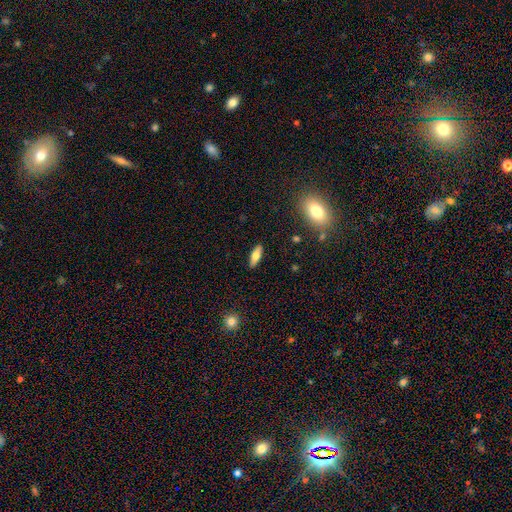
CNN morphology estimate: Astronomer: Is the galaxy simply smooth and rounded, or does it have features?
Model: smooth — 66%.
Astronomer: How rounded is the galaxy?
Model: in between — 60% (runner-up: cigar-shaped, 37%).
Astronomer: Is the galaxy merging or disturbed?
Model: none — 89%.